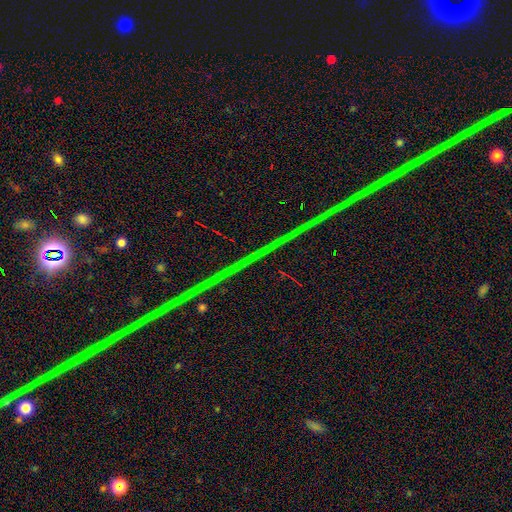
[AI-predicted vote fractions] Overall: star or artifact (88%).